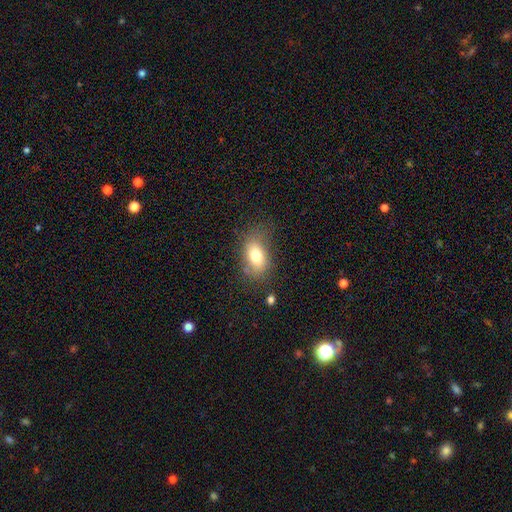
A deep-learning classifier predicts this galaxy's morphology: A smooth galaxy with no disk features (75%) that is in between round and cigar-shaped (86%). Merging: none (66%).